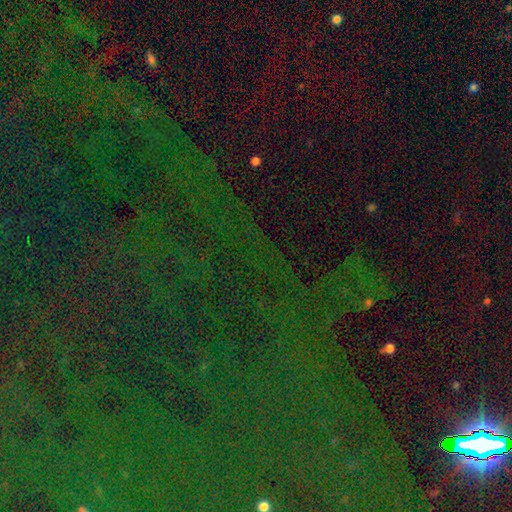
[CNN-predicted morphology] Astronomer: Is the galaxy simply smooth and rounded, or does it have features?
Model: star or artifact — 83%.